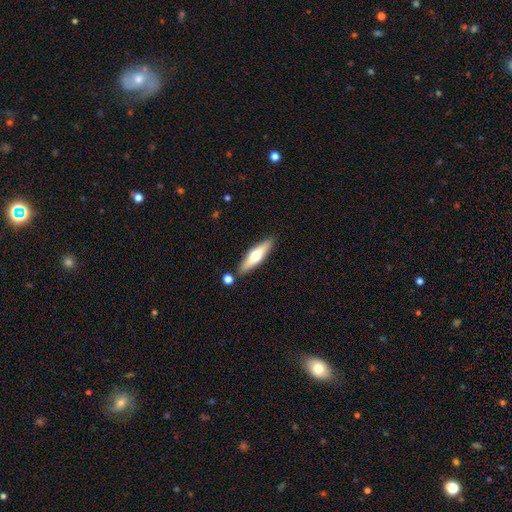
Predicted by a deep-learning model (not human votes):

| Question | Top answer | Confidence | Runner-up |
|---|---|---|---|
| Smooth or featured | smooth | 49% | featured or disk (45%) |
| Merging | none | 83% | minor disturbance (9%) |